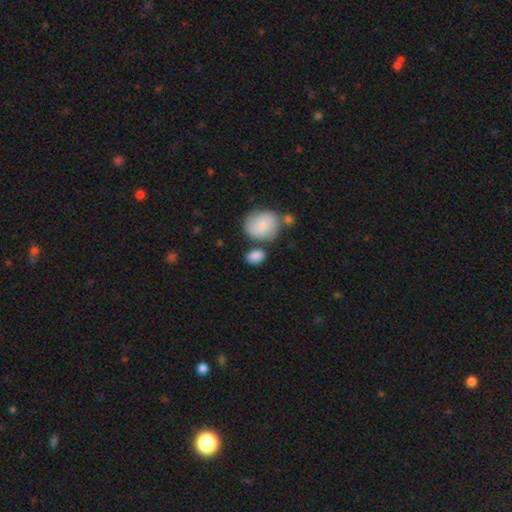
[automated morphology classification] smooth 85%, featured or disk 8%, star or artifact 7%. Down the decision tree: how rounded — in between (70%); merging — none (61%).